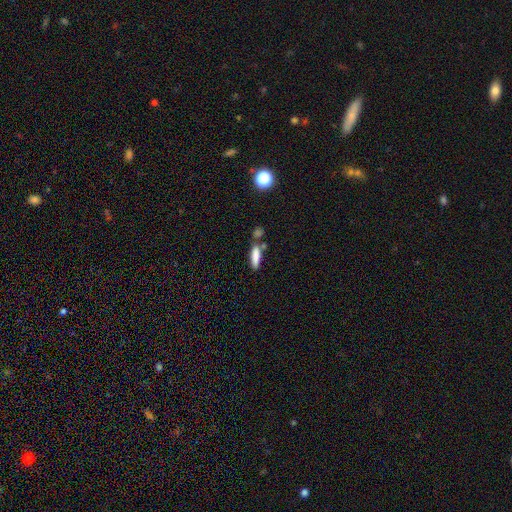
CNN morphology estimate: type=smooth (81%); roundness=cigar-shaped (64%); merging=none (57%).